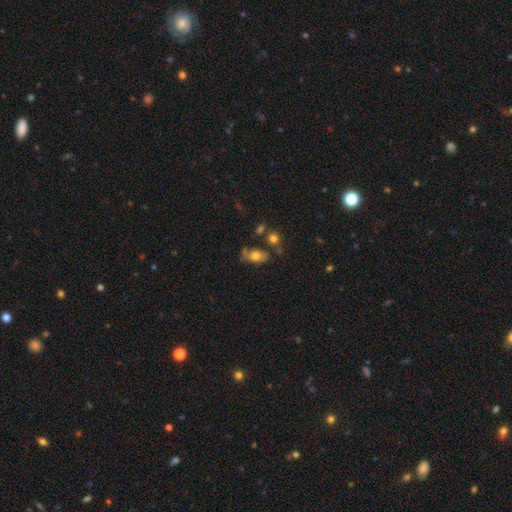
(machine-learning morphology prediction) This is likely a smooth galaxy (67%). How rounded: clearly in between (85%). Merging: possibly none (58%).